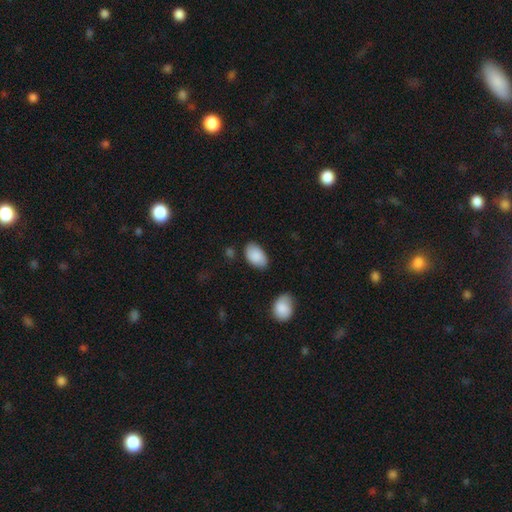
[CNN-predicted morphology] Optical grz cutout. It shows a smooth galaxy with no disk features (86%) that is in between round and cigar-shaped (93%). Merging: none (78%).